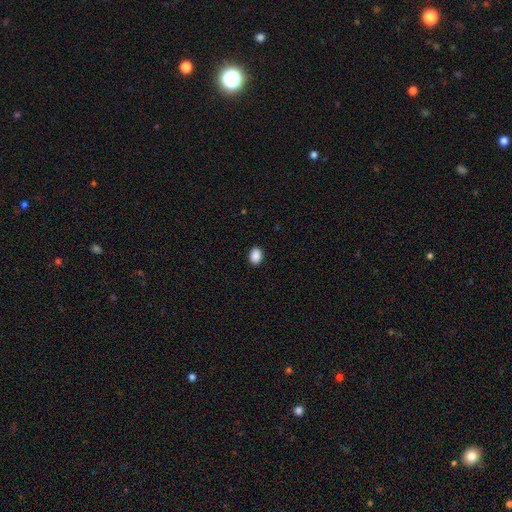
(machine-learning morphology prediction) type=smooth (90%); roundness=in between (64%); merging=none (91%).